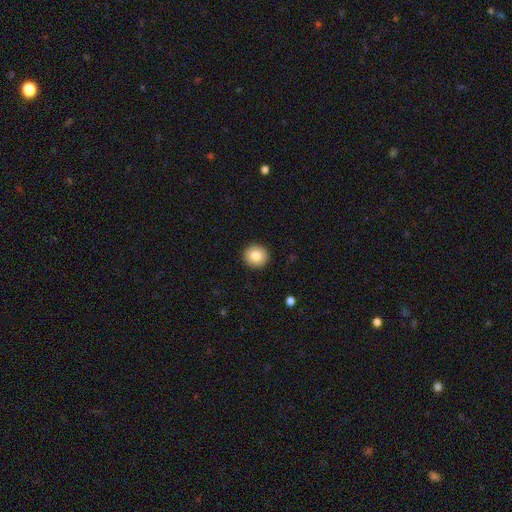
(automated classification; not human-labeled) Q: Smooth or featured?
A: smooth (84%); runner-up: star or artifact (9%)
Q: How rounded?
A: round (95%); runner-up: in between (4%)
Q: Merging?
A: none (93%); runner-up: minor disturbance (5%)